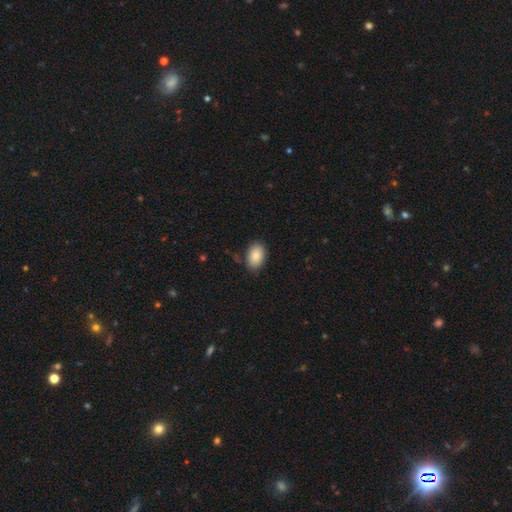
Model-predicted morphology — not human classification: smooth 86%, star or artifact 7%, featured or disk 7%. Down the decision tree: how rounded — in between (89%); merging — none (82%).